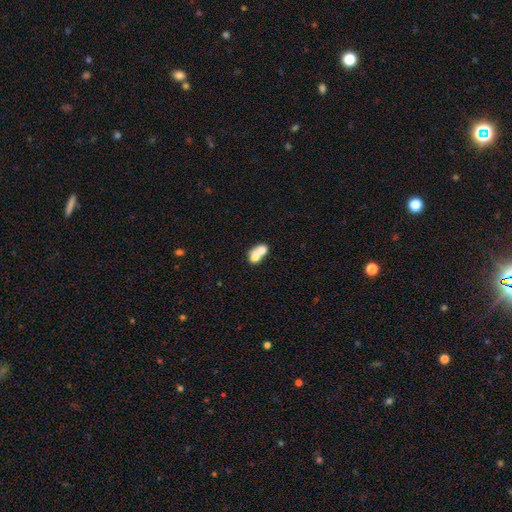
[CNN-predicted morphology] A smooth galaxy with no disk features (63%) that is in between round and cigar-shaped (63%). Merging: merger (70%).